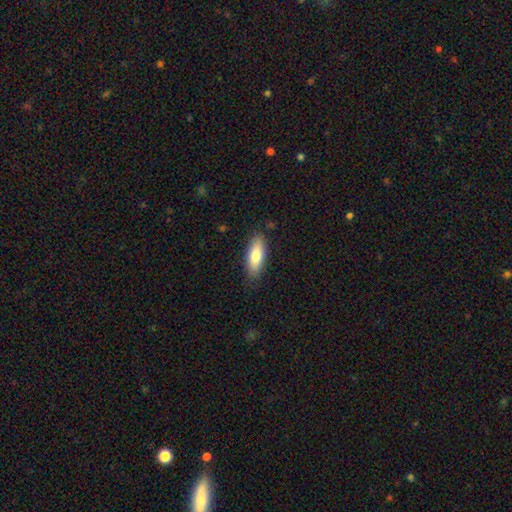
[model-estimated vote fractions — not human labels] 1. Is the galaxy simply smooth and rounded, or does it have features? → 79% smooth, 15% featured or disk, 6% star or artifact.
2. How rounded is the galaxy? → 68% in between, 30% cigar-shaped, 2% round.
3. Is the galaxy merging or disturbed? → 85% none, 12% minor disturbance, 2% major disturbance, 1% merger.